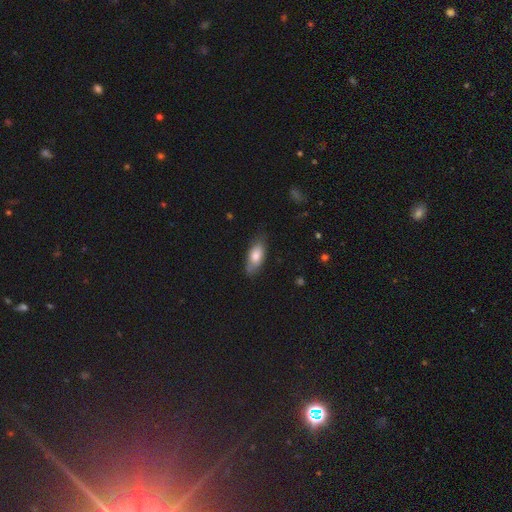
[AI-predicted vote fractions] Morphology: type=smooth (76%); roundness=in between (84%); merging=none (72%).